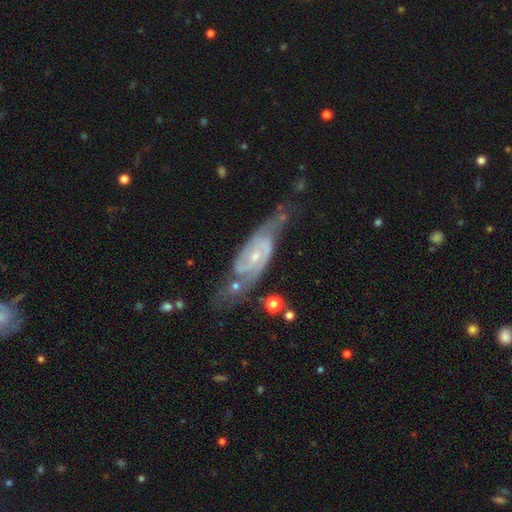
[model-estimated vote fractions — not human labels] This is clearly a featured or disk galaxy (87%). It is clearly not viewed edge-on (90%). Bar: possibly no (51%). Spiral arm pattern: clearly yes (96%). Spiral arm count: clearly 2 (82%). Spiral winding: possibly medium (47%). Central bulge: likely small (67%). Merging: possibly none (58%).